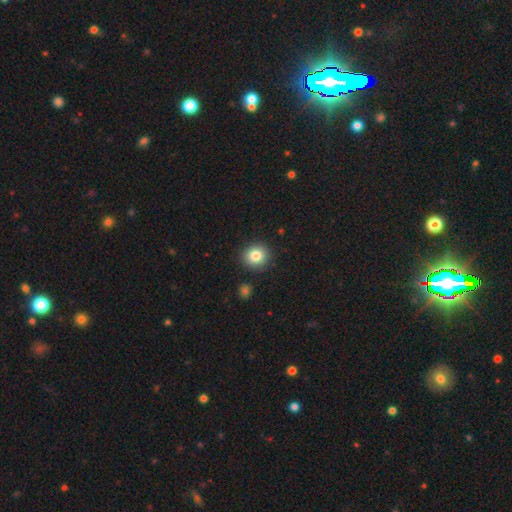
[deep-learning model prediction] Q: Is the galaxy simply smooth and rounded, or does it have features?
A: smooth — 83%.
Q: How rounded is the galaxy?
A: round — 87%.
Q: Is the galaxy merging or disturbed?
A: none — 89%.